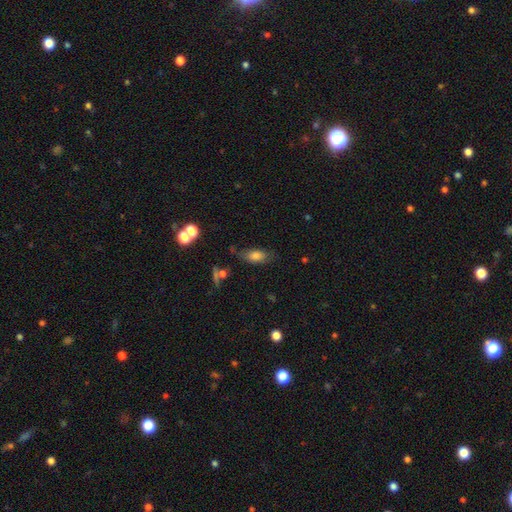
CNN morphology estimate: smooth 73%, featured or disk 16%, star or artifact 10%. Down the decision tree: how rounded — in between (86%); merging — none (58%).